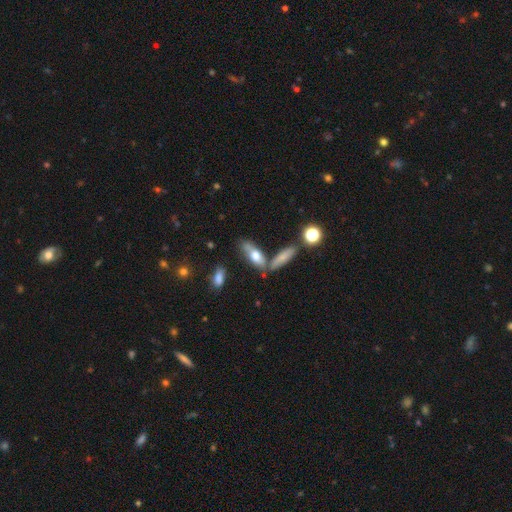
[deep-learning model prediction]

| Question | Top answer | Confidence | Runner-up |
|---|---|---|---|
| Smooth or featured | smooth | 61% | featured or disk (30%) |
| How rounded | in between | 57% | cigar-shaped (39%) |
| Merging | none | 57% | merger (21%) |